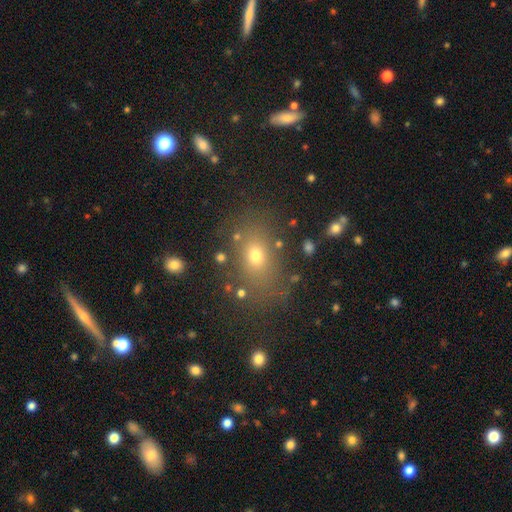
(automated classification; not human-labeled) Smooth or featured? smooth (65%)
How rounded? in between (67%)
Merging? none (80%)